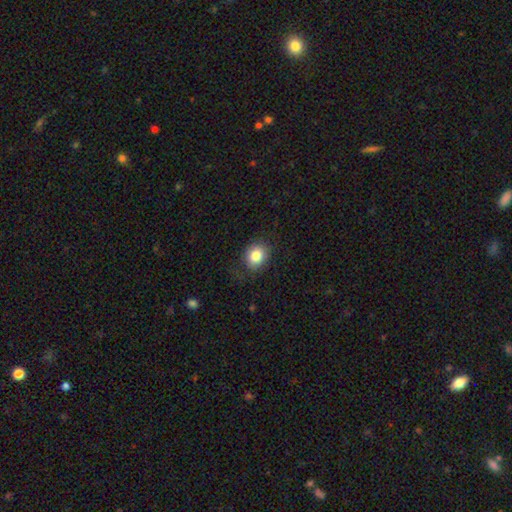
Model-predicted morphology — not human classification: A smooth galaxy with no disk features (83%) that is round (56%). Merging: none (78%).